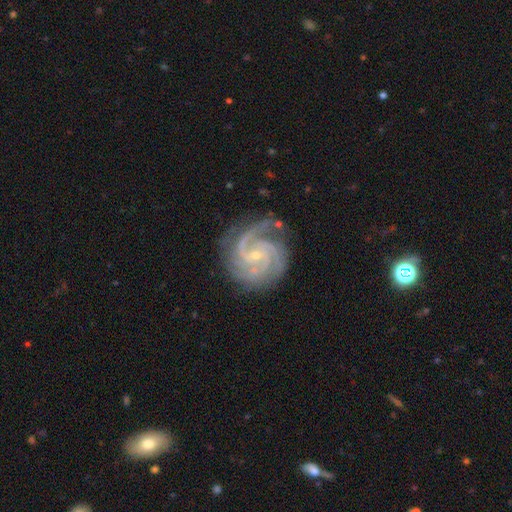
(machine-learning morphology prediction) Smooth or featured: featured or disk — 92% (star or artifact — 5%)
Edge-on disk: no — 98% (yes — 2%)
Bar: no — 60% (weak — 30%)
Spiral arms: yes — 99% (no — 1%)
Spiral winding: tight — 64% (medium — 33%)
Spiral arm count: 3 — 48% (4 — 21%)
Bulge size: small — 82% (moderate — 14%)
Merging: none — 78% (minor disturbance — 16%)